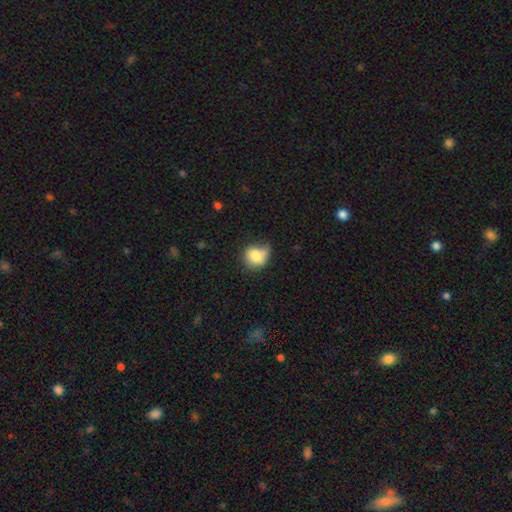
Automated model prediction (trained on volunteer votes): This is likely a smooth galaxy (79%). How rounded: likely round (72%). Merging: marginally none (44%).